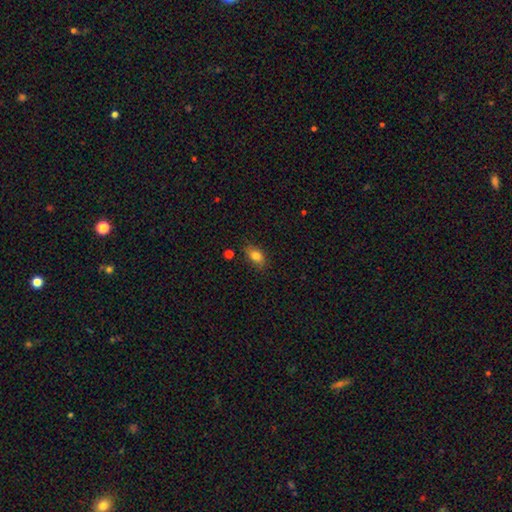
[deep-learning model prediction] The model was most divided on "merging": none: 77%, minor disturbance: 17%, major disturbance: 3%, merger: 2%. More confident: smooth or featured — smooth (83%); how rounded — in between (81%).